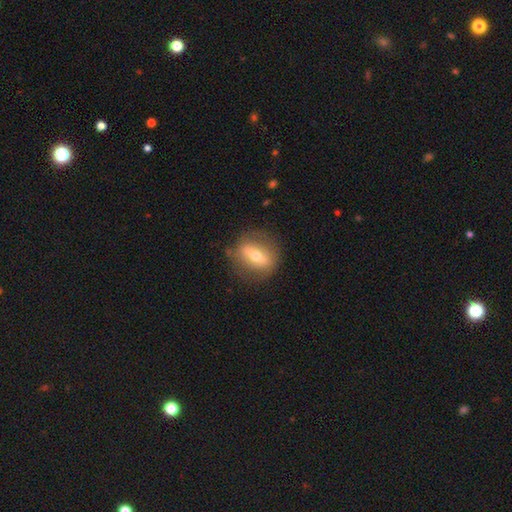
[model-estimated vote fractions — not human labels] Smooth or featured?
  - featured or disk: 60% *
  - smooth: 32%
  - star or artifact: 8%
Edge-on disk?
  - no: 62% *
  - yes: 38%
Merging?
  - none: 81% *
  - minor disturbance: 12%
  - major disturbance: 5%
  - merger: 1%